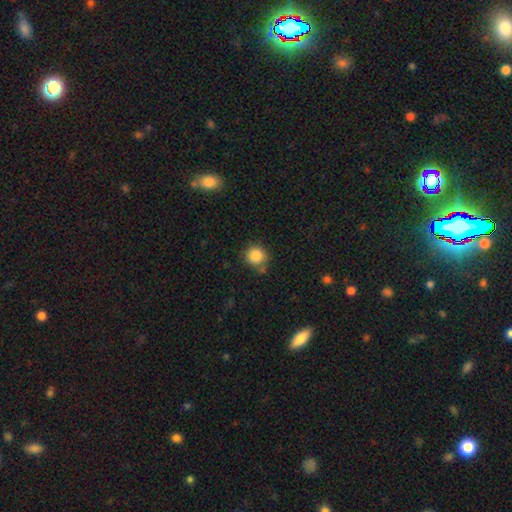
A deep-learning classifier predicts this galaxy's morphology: smooth 85%, star or artifact 10%, featured or disk 5%. Down the decision tree: how rounded — round (92%); merging — none (76%).